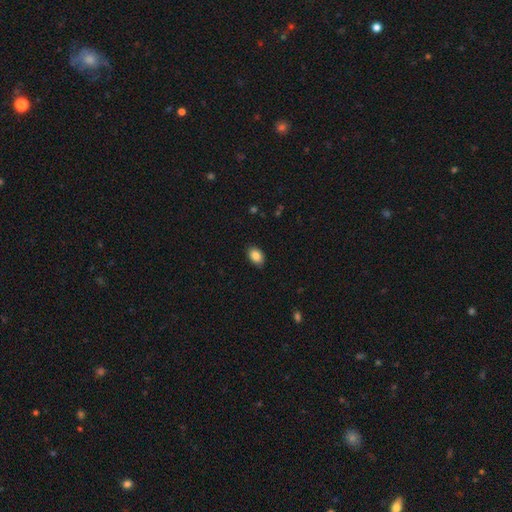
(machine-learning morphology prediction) Smooth or featured? Predicted: smooth (p=0.87). How rounded? Predicted: in between (p=0.86). Merging? Predicted: none (p=0.87).